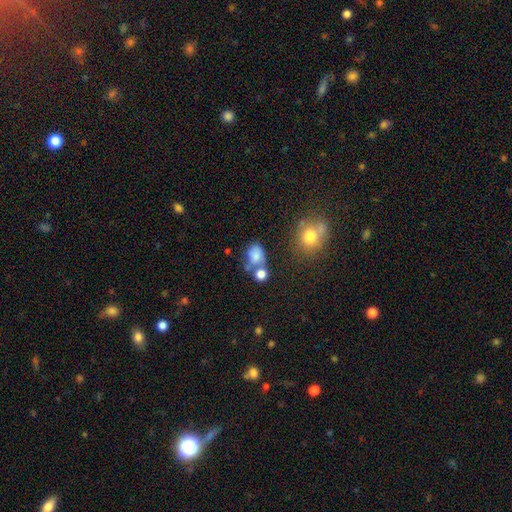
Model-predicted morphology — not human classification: The model was most divided on "how rounded": in between: 53%, round: 46%, cigar-shaped: 1%. Remaining: smooth or featured — smooth (78%); merging — none (44%).